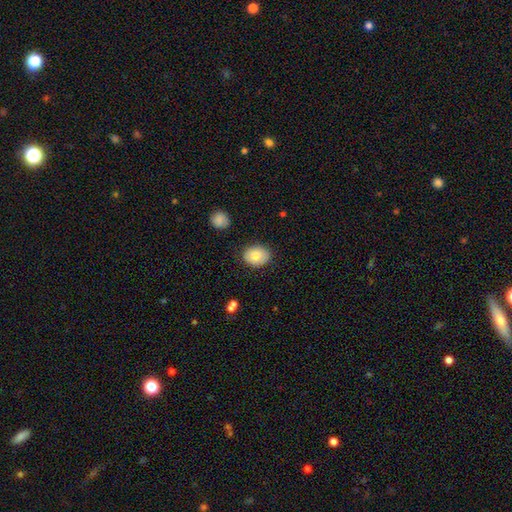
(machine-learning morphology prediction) Smooth or featured? smooth (83%)
How rounded? in between (62%)
Merging? none (82%)